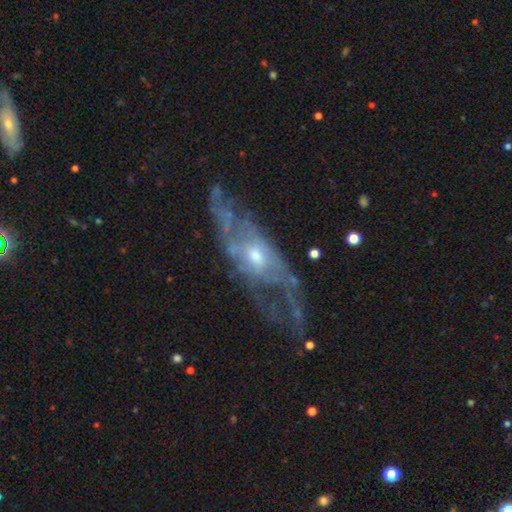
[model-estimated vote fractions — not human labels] smooth_or_featured: featured or disk (p=0.78) [alt: smooth p=0.15]
disk_edge_on: no (p=0.80) [alt: yes p=0.20]
bar: no (p=0.68) [alt: weak p=0.26]
has_spiral_arms: yes (p=0.62) [alt: no p=0.38]
bulge_size: moderate (p=0.51) [alt: small p=0.42]
merging: none (p=0.45) [alt: major disturbance p=0.29]